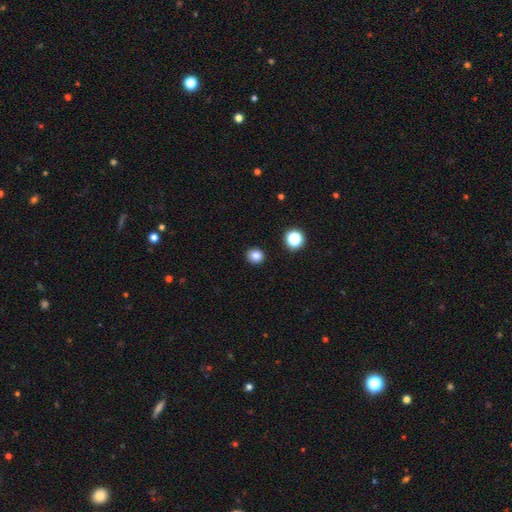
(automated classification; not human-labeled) Smooth or featured: smooth — 83% (star or artifact — 13%)
How rounded: round — 83% (in between — 16%)
Merging: none — 91% (minor disturbance — 6%)